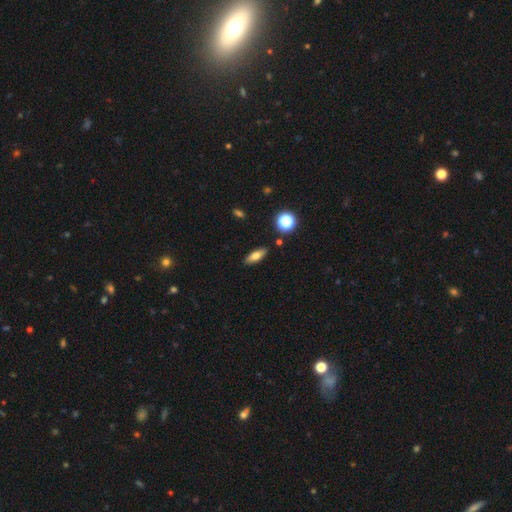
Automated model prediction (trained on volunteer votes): Smooth or featured: smooth — 69% (featured or disk — 20%)
How rounded: in between — 64% (cigar-shaped — 31%)
Merging: none — 87% (minor disturbance — 9%)